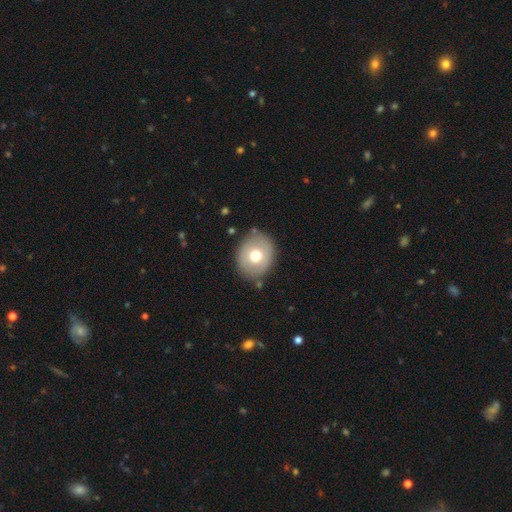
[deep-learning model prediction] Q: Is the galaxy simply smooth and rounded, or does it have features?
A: smooth — 66%.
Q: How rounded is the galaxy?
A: round — 62%.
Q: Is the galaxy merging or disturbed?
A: none — 82%.